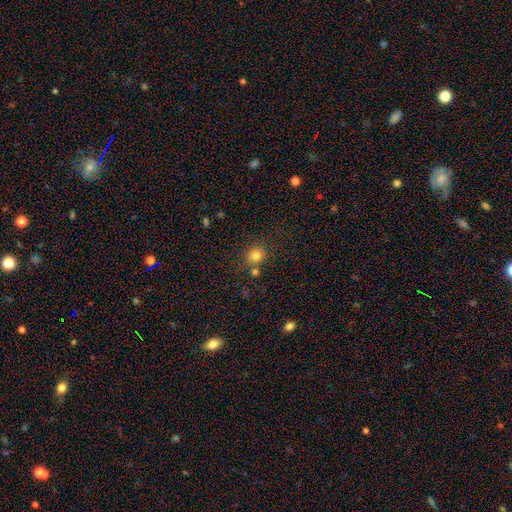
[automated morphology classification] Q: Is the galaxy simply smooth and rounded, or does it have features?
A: smooth — 80%.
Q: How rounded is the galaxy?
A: round — 85%.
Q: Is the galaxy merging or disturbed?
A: none — 73%.